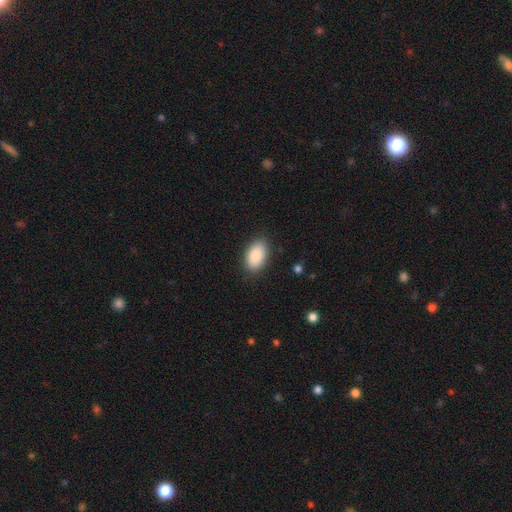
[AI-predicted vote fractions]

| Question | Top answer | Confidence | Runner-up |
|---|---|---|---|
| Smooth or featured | smooth | 88% | star or artifact (7%) |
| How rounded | in between | 93% | round (5%) |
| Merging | none | 86% | minor disturbance (10%) |